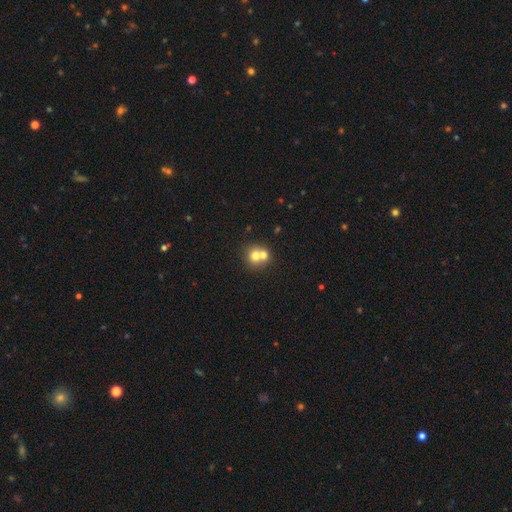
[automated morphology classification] Smooth or featured: smooth — 70% (featured or disk — 19%)
How rounded: round — 83% (in between — 16%)
Merging: merger — 57% (none — 36%)